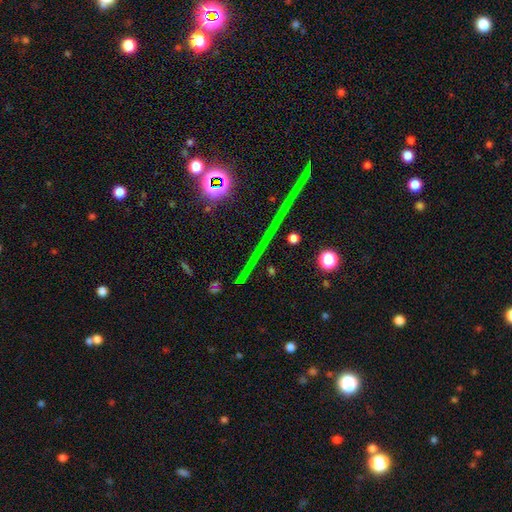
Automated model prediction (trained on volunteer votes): This is likely a star or artifact rather than a galaxy (78%).